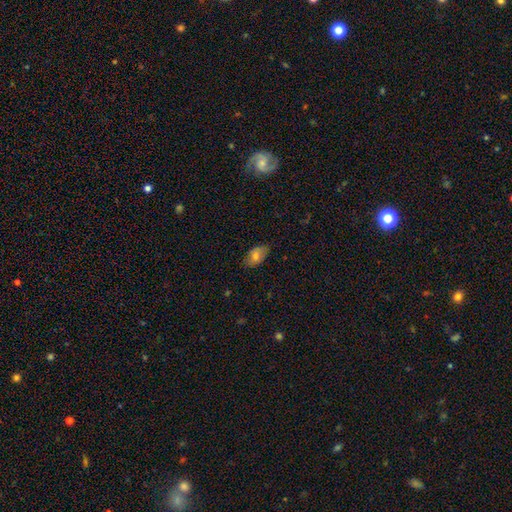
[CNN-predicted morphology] smooth_or_featured: smooth (p=0.70) [alt: featured or disk p=0.21]
how_rounded: in between (p=0.91) [alt: round p=0.06]
merging: none (p=0.78) [alt: minor disturbance p=0.18]